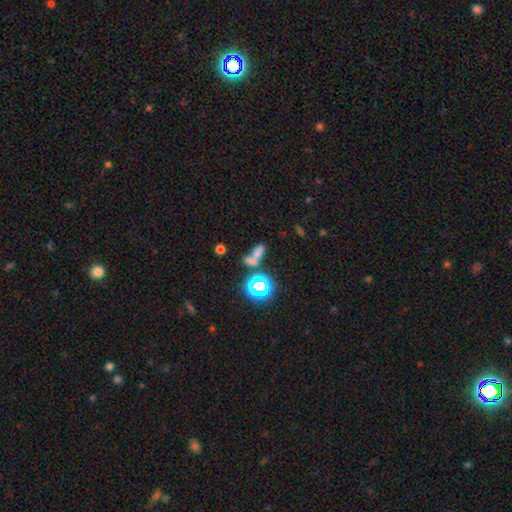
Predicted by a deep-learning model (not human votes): This appears to be a smooth galaxy with no disk features (57%) that is in between round and cigar-shaped (65%). Merging: merger (50%).